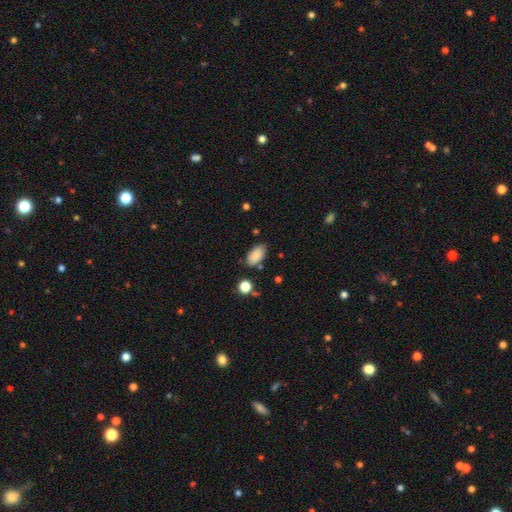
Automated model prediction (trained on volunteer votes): This is clearly a smooth galaxy (85%). How rounded: clearly in between (93%). Merging: likely none (76%).